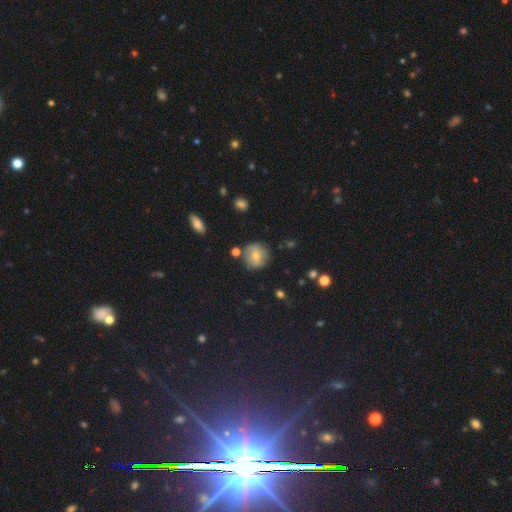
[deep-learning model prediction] Smooth or featured: smooth — 62% (featured or disk — 26%)
How rounded: round — 88% (in between — 10%)
Merging: none — 75% (minor disturbance — 16%)